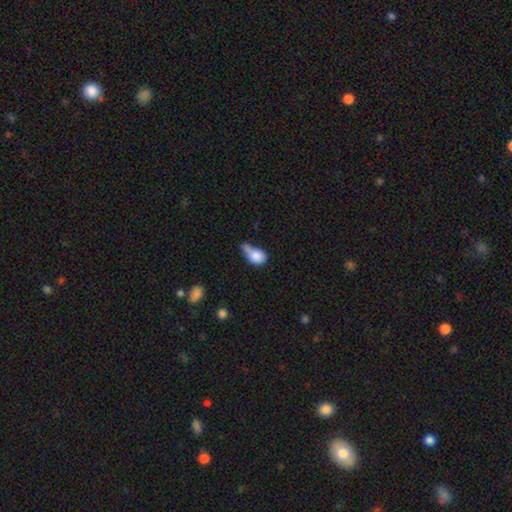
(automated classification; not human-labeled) smooth 80%, featured or disk 12%, star or artifact 8%. Down the decision tree: how rounded — in between (63%); merging — merger (38%).